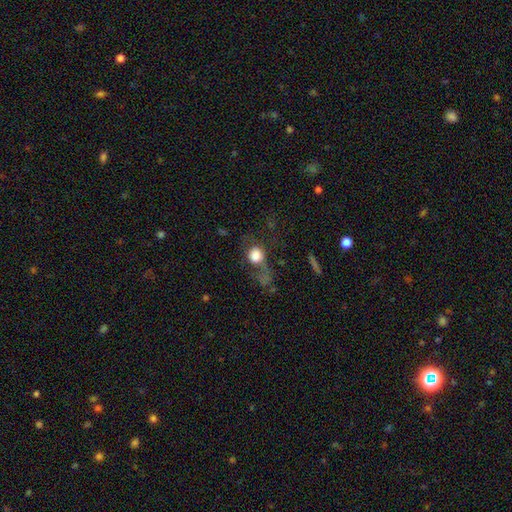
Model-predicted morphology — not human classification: Smooth or featured?
  - smooth: 73% *
  - featured or disk: 17%
  - star or artifact: 10%
How rounded?
  - round: 73% *
  - in between: 25%
  - cigar-shaped: 2%
Merging?
  - major disturbance: 38% *
  - none: 37%
  - minor disturbance: 19%
  - merger: 6%